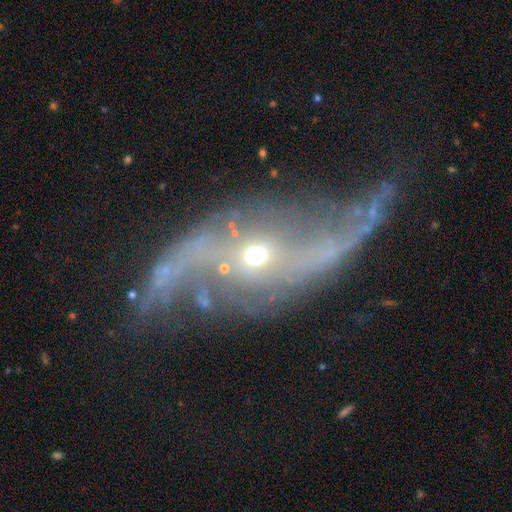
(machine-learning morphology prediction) Q: Smooth or featured?
A: featured or disk (67%); runner-up: smooth (18%)
Q: Edge-on disk?
A: no (88%); runner-up: yes (12%)
Q: Bar?
A: no (56%); runner-up: weak (26%)
Q: Spiral arms?
A: yes (67%); runner-up: no (33%)
Q: Bulge size?
A: small (44%); tied with: moderate (44%)
Q: Merging?
A: none (38%); runner-up: major disturbance (28%)